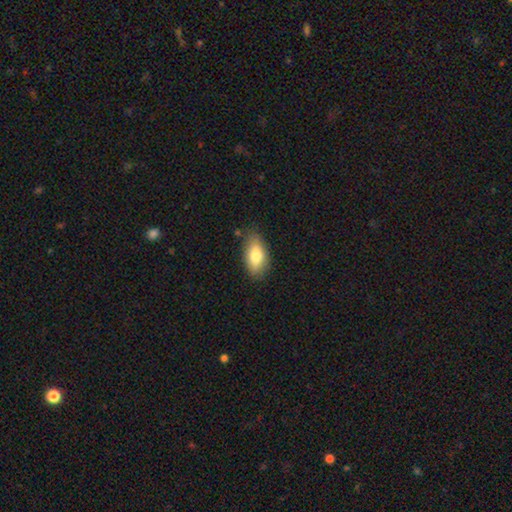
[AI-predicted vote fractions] Smooth or featured?
  - smooth: 78% *
  - featured or disk: 15%
  - star or artifact: 7%
How rounded?
  - in between: 87% *
  - cigar-shaped: 9%
  - round: 4%
Merging?
  - none: 81% *
  - minor disturbance: 14%
  - major disturbance: 3%
  - merger: 2%